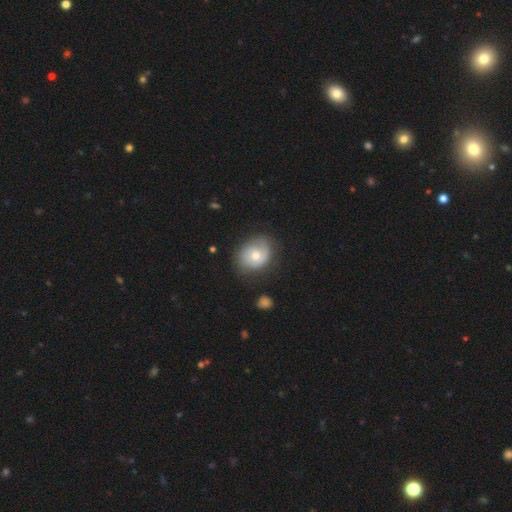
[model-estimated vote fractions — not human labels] A smooth galaxy with no disk features (53%) that is round (51%).

Vote fractions:
- Smooth or featured? smooth: 53% / featured or disk: 39% / star or artifact: 8%
- How rounded? round: 51% / in between: 48% / cigar-shaped: 1%
- Merging? none: 71% / minor disturbance: 20% / major disturbance: 7% / merger: 2%